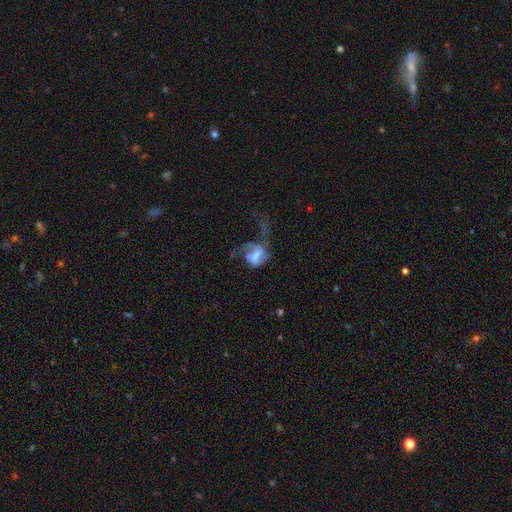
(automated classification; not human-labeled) Smooth or featured? Predicted: featured or disk (p=0.52). Edge-on disk? Predicted: no (p=0.96). Bar? Predicted: weak (p=0.39). Spiral arms? Predicted: yes (p=0.57). Bulge size? Predicted: moderate (p=0.30). Merging? Predicted: major disturbance (p=0.58).